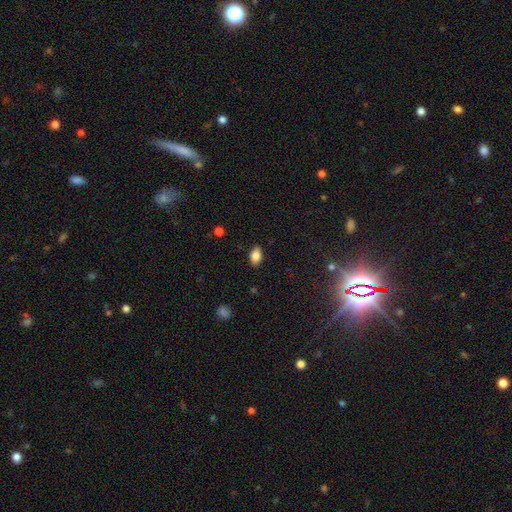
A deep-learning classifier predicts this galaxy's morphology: Smooth or featured? smooth (83%)
How rounded? in between (90%)
Merging? none (87%)